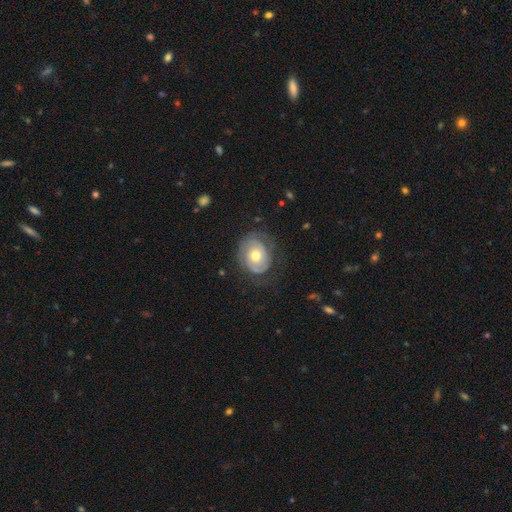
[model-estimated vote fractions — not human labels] Smooth or featured? featured or disk (67%)
Edge-on disk? no (97%)
Bar? no (81%)
Spiral arms? yes (81%)
Spiral winding? tight (63%)
Spiral arm count? 2 (42%)
Bulge size? moderate (71%)
Merging? none (65%)